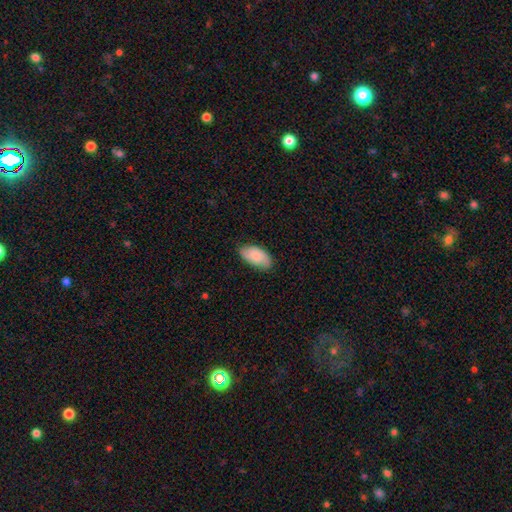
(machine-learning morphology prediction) This appears to be a smooth galaxy with no disk features (79%) that is in between round and cigar-shaped (95%). Merging: none (79%).